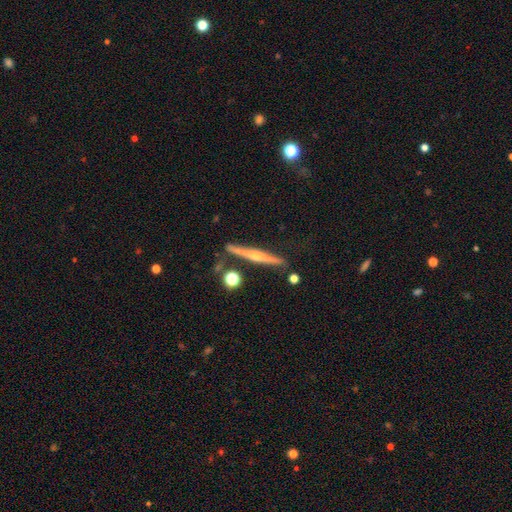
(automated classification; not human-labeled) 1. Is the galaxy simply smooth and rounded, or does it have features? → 77% featured or disk, 17% smooth, 6% star or artifact.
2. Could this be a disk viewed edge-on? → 98% yes, 2% no.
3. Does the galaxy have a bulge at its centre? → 85% rounded, 11% none, 4% boxy.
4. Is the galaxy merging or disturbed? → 84% none, 10% minor disturbance, 4% merger, 2% major disturbance.